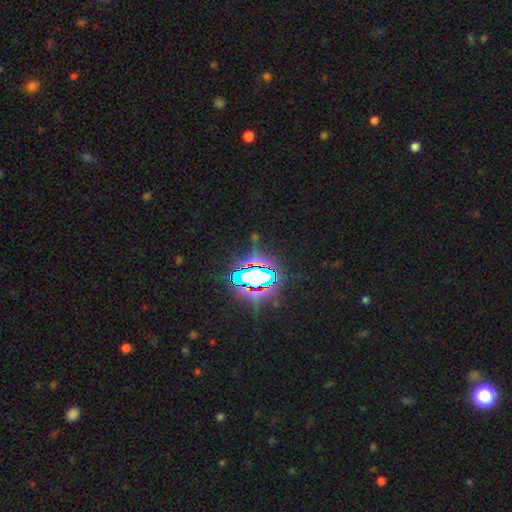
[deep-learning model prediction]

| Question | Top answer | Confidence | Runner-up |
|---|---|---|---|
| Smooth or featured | star or artifact | 75% | smooth (14%) |